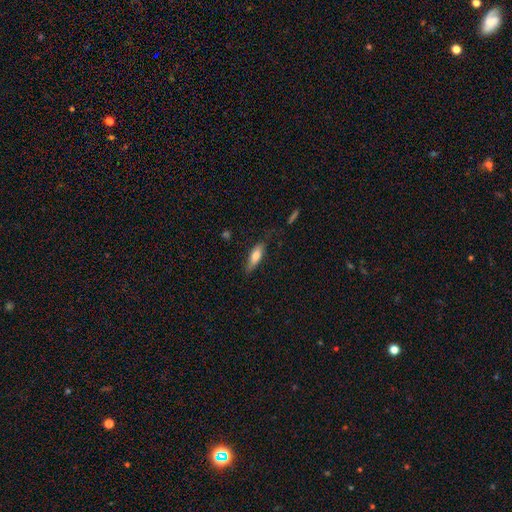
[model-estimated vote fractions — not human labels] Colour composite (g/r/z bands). It shows a smooth galaxy with no disk features (73%) that is in between round and cigar-shaped (59%). Merging: none (69%).